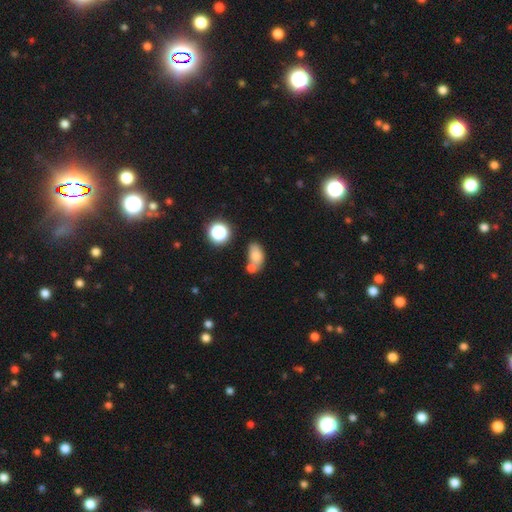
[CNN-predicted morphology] Overall: smooth (76%). How rounded: in between (85%). Merging: none (41%; merger 38%).